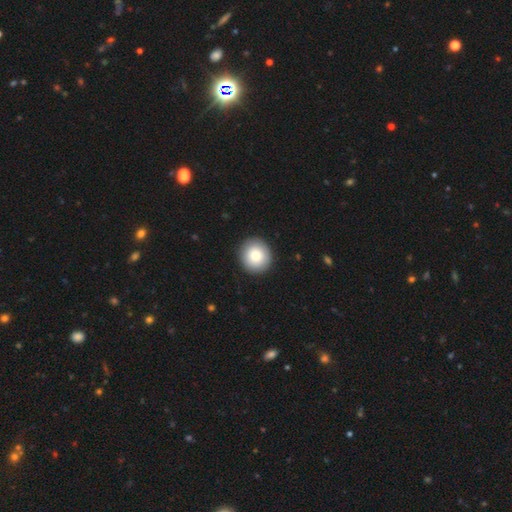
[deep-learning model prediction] A smooth galaxy with no disk features (82%) that is round (92%).

Vote fractions:
- Smooth or featured? smooth: 82% / featured or disk: 10% / star or artifact: 8%
- How rounded? round: 92% / in between: 7% / cigar-shaped: 1%
- Merging? none: 92% / minor disturbance: 6% / major disturbance: 2% / merger: 1%